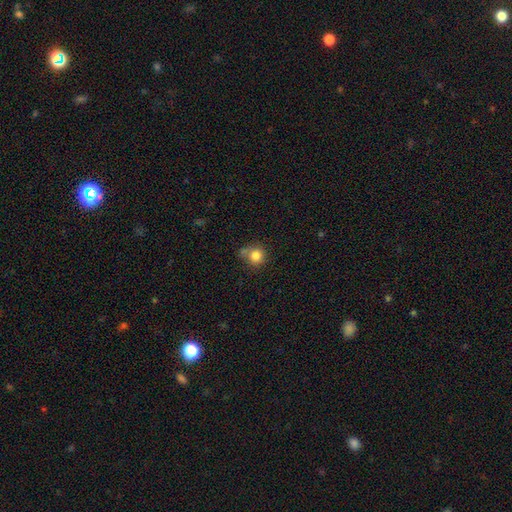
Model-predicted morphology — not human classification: This appears to be a smooth galaxy with no disk features (82%) that is round (88%). Merging: none (61%).